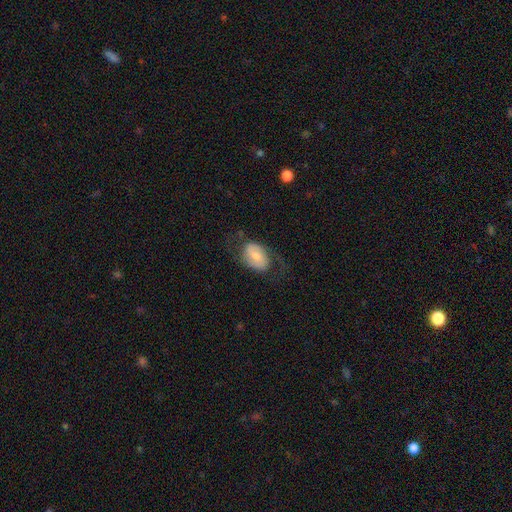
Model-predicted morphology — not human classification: The model was most divided on "smooth or featured": featured or disk: 48%, smooth: 44%, star or artifact: 7%. More confident: merging — none (54%).